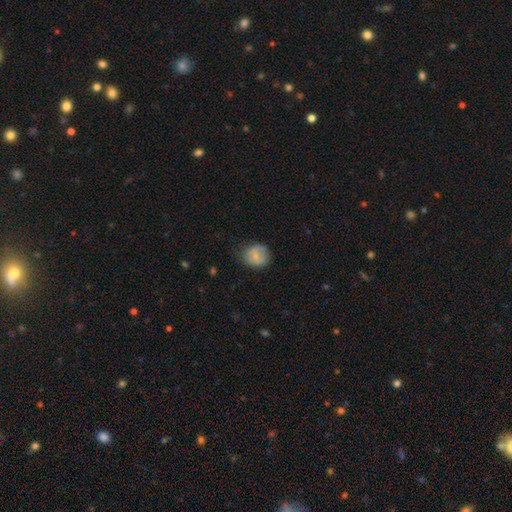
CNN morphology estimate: Smooth or featured? Predicted: smooth (p=0.74). How rounded? Predicted: round (p=0.72). Merging? Predicted: none (p=0.65).